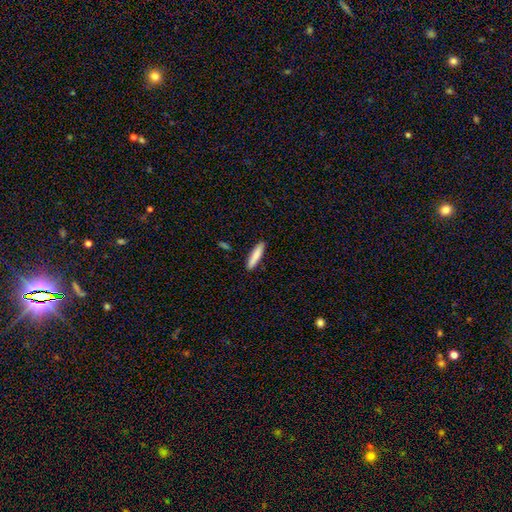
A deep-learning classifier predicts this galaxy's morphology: smooth 84%, featured or disk 10%, star or artifact 5%. Down the decision tree: how rounded — cigar-shaped (84%); merging — none (90%).